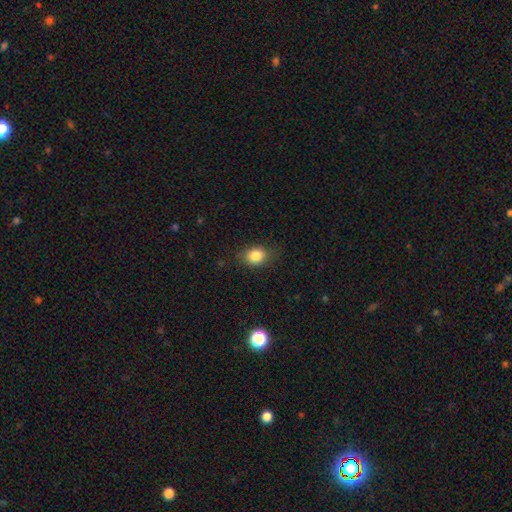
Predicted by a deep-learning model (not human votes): Q: Smooth or featured?
A: smooth (84%); runner-up: star or artifact (10%)
Q: How rounded?
A: in between (50%); runner-up: round (49%)
Q: Merging?
A: none (79%); runner-up: minor disturbance (16%)